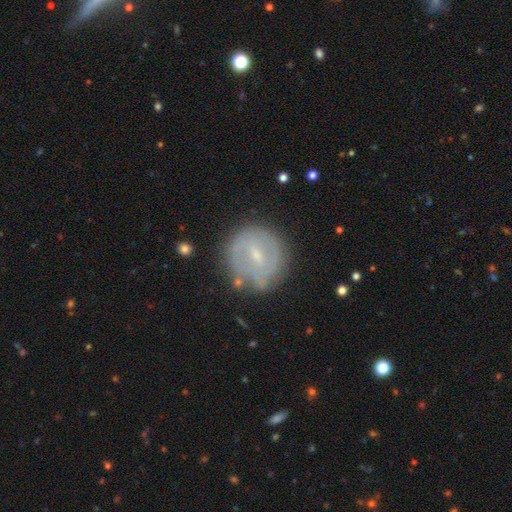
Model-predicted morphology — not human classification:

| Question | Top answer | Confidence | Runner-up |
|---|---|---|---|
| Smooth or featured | featured or disk | 62% | smooth (30%) |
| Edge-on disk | no | 96% | yes (4%) |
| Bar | weak | 57% | no (21%) |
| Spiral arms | yes | 58% | no (42%) |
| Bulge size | small | 60% | moderate (32%) |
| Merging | none | 76% | minor disturbance (15%) |